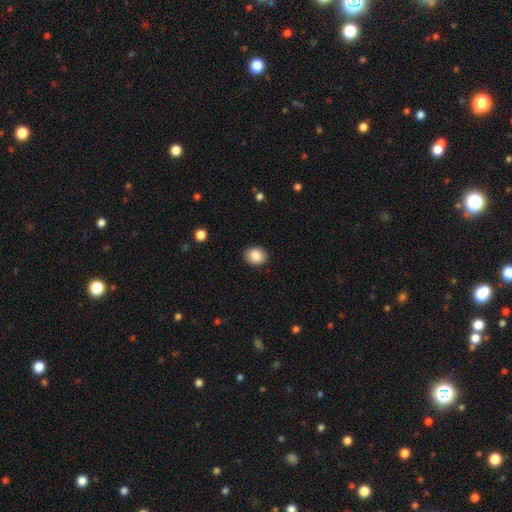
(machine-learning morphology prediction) smooth_or_featured: smooth (p=0.88) [alt: star or artifact p=0.08]
how_rounded: round (p=0.58) [alt: in between p=0.41]
merging: none (p=0.88) [alt: minor disturbance p=0.08]